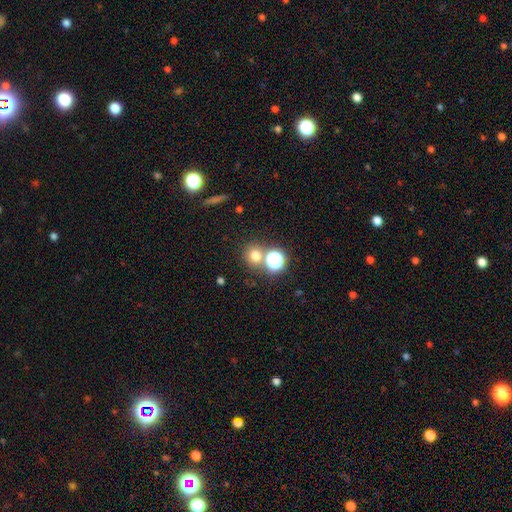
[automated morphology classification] Smooth or featured?
  - smooth: 70% *
  - star or artifact: 22%
  - featured or disk: 8%
How rounded?
  - round: 85% *
  - in between: 14%
  - cigar-shaped: 1%
Merging?
  - none: 68% *
  - merger: 20%
  - minor disturbance: 8%
  - major disturbance: 3%